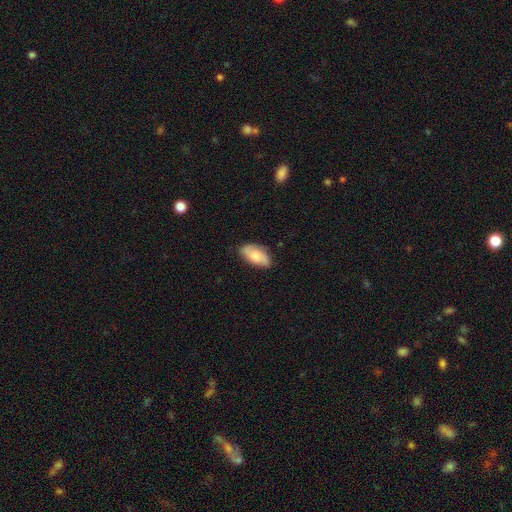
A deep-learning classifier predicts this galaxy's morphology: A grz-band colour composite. It shows a smooth galaxy with no disk features (63%) that is in between round and cigar-shaped (92%). Merging: none (76%).